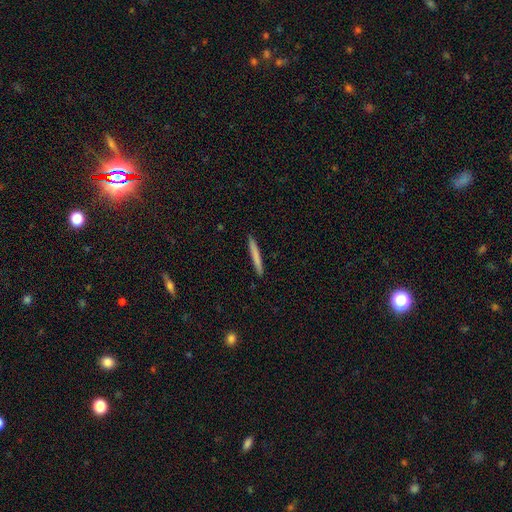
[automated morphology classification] Q: Smooth or featured?
A: smooth (74%); runner-up: featured or disk (20%)
Q: How rounded?
A: cigar-shaped (97%); runner-up: in between (2%)
Q: Merging?
A: none (92%); runner-up: minor disturbance (6%)